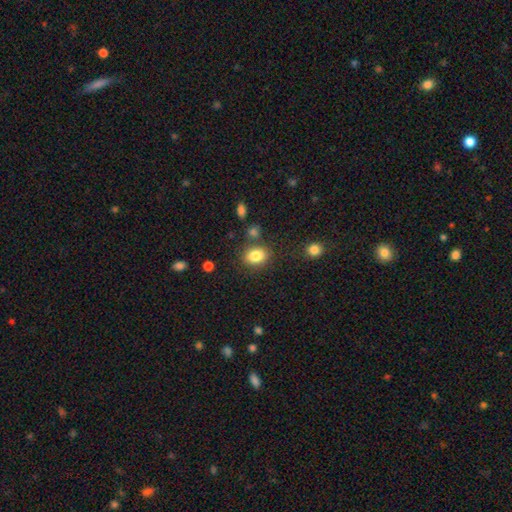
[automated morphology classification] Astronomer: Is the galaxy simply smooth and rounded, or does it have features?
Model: smooth — 84%.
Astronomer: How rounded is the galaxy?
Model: in between — 67%.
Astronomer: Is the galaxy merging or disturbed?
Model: none — 76%.